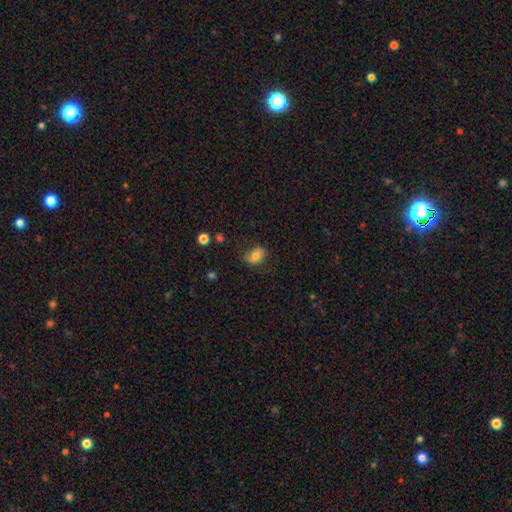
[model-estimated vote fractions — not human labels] This appears to be a smooth galaxy with no disk features (69%) that is in between round and cigar-shaped (71%). Merging: none (69%).